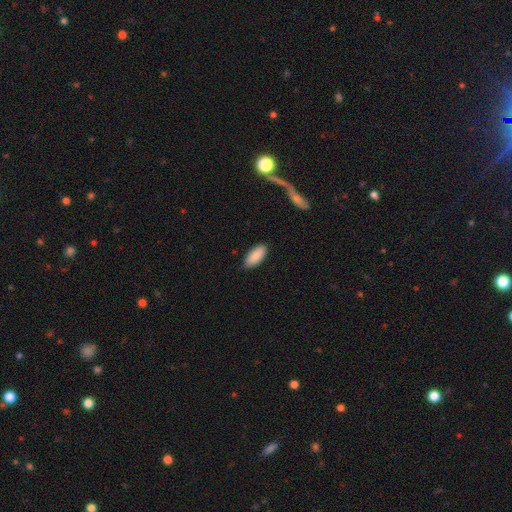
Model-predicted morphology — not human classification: The model was most divided on "merging": none: 83%, minor disturbance: 14%, major disturbance: 2%, merger: 1%. More confident: smooth or featured — smooth (88%); how rounded — in between (86%).